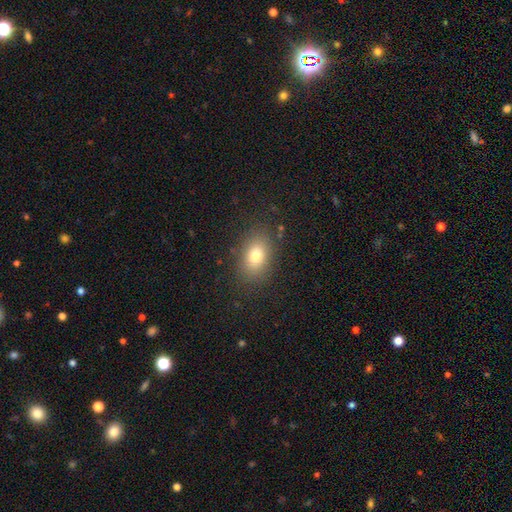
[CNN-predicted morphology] Q: Smooth or featured?
A: smooth (77%); runner-up: featured or disk (12%)
Q: How rounded?
A: in between (79%); runner-up: round (20%)
Q: Merging?
A: none (84%); runner-up: minor disturbance (10%)